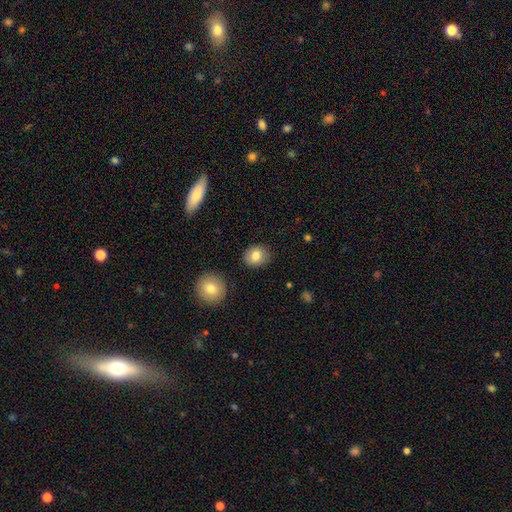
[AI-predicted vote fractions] Smooth or featured? Predicted: smooth (p=0.81). How rounded? Predicted: round (p=0.64). Merging? Predicted: none (p=0.86).